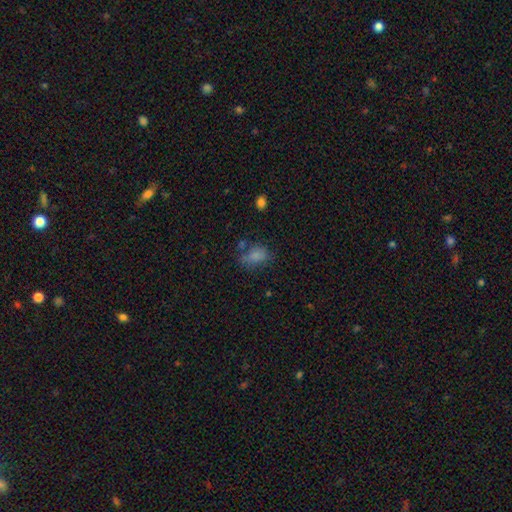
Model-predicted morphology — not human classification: Smooth or featured: smooth — 80% (star or artifact — 12%)
How rounded: in between — 83% (round — 14%)
Merging: none — 58% (minor disturbance — 25%)